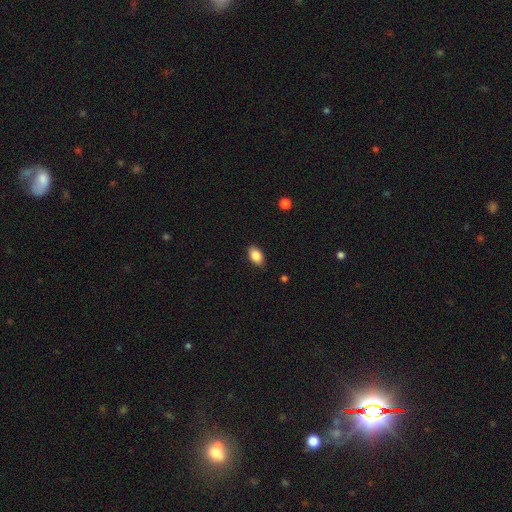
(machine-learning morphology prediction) A smooth galaxy with no disk features (87%) that is in between round and cigar-shaped (91%).

Vote fractions:
- Smooth or featured? smooth: 87% / star or artifact: 8% / featured or disk: 6%
- How rounded? in between: 91% / round: 8% / cigar-shaped: 2%
- Merging? none: 87% / minor disturbance: 10% / major disturbance: 2% / merger: 1%